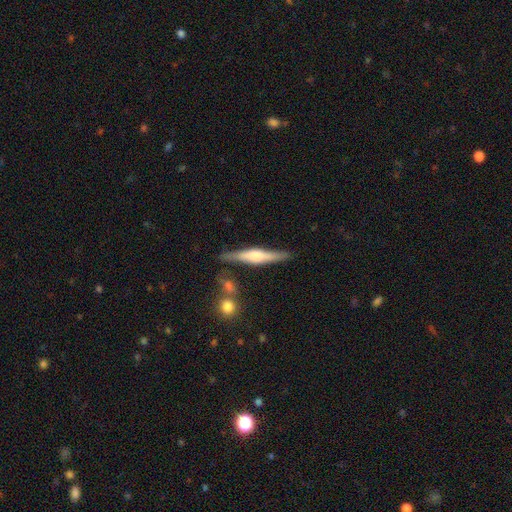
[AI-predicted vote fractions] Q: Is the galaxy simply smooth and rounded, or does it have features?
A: featured or disk — 64%.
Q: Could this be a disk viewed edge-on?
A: yes — 96%.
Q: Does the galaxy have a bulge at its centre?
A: rounded — 70%.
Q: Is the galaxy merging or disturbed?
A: none — 81%.